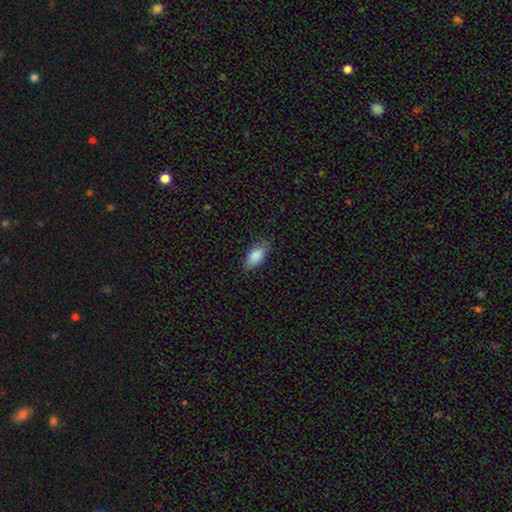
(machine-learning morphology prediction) Q: Smooth or featured?
A: smooth (88%); runner-up: star or artifact (7%)
Q: How rounded?
A: in between (91%); runner-up: cigar-shaped (7%)
Q: Merging?
A: none (75%); runner-up: minor disturbance (20%)